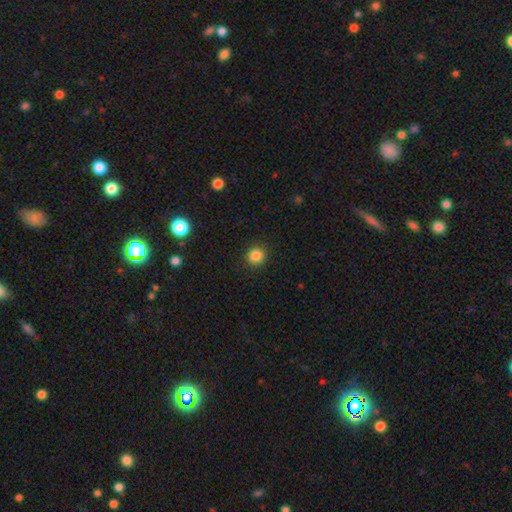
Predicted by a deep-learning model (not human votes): Smooth or featured: smooth — 85% (star or artifact — 11%)
How rounded: round — 90% (in between — 10%)
Merging: none — 90% (minor disturbance — 7%)